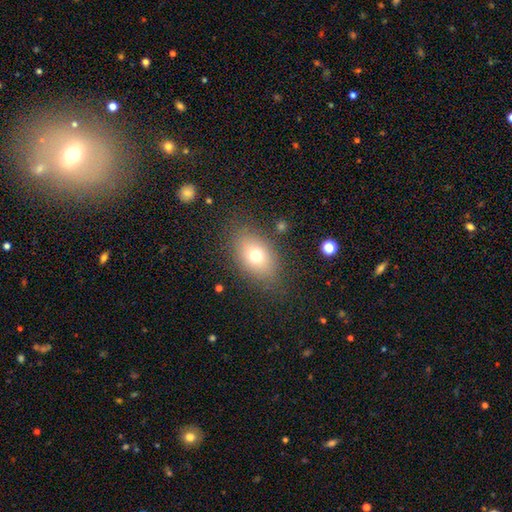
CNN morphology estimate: smooth-or-featured: smooth: 71% | featured or disk: 17% | star or artifact: 12%
  how-rounded: in between: 79% | round: 19% | cigar-shaped: 2%
  merging: none: 80% | minor disturbance: 13% | major disturbance: 6% | merger: 2%